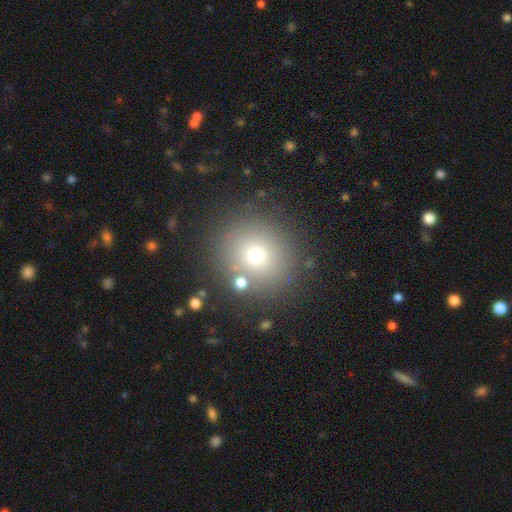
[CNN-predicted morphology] Smooth or featured? Predicted: smooth (p=0.68). How rounded? Predicted: round (p=0.91). Merging? Predicted: none (p=0.82).